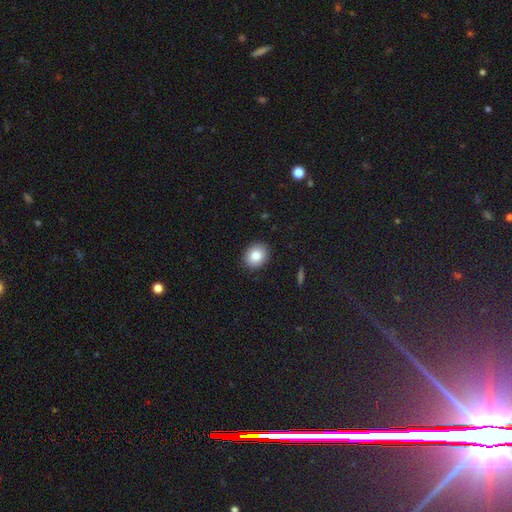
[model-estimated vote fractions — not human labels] The model was most divided on "how rounded": round: 55%, in between: 44%, cigar-shaped: 1%. More confident: merging — none (90%); smooth or featured — smooth (83%).